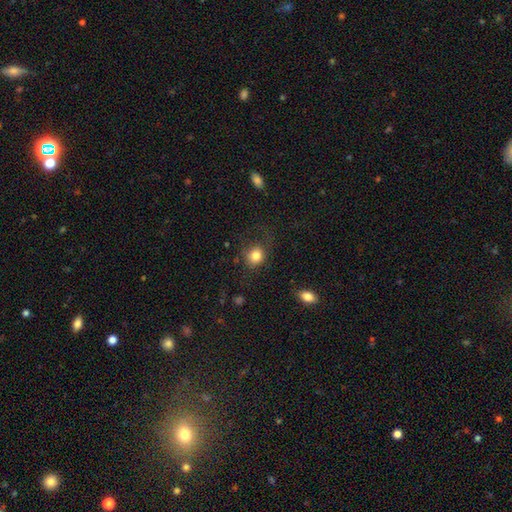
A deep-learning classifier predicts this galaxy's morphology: This appears to be a smooth galaxy with no disk features (82%) that is round (75%). Merging: none (66%).